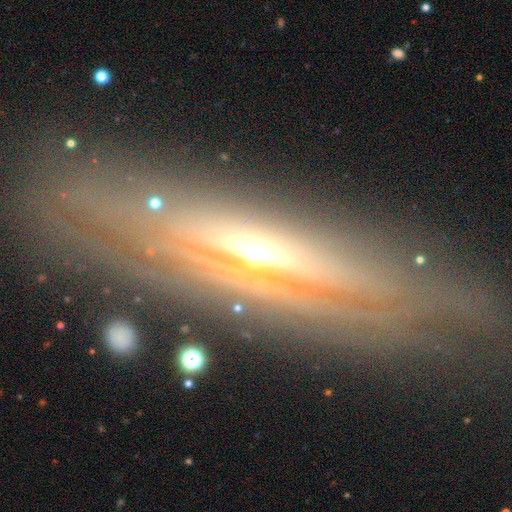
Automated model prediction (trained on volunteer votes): The model was most divided on "edge-on disk": yes: 71%, no: 29%. More confident: edge-on bulge — rounded (78%); smooth or featured — featured or disk (78%); merging — none (72%).